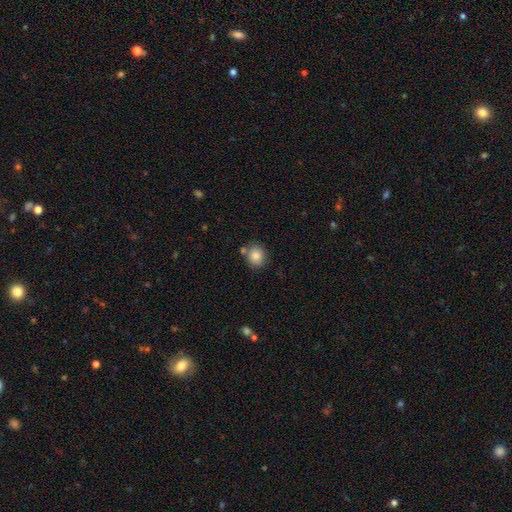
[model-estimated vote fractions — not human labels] smooth-or-featured: smooth: 85% | star or artifact: 8% | featured or disk: 6%
  how-rounded: round: 67% | in between: 32% | cigar-shaped: 1%
  merging: none: 74% | minor disturbance: 12% | merger: 11% | major disturbance: 3%